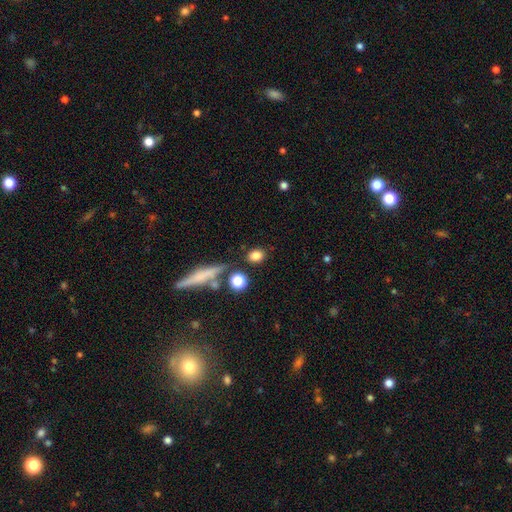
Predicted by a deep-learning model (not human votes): Q: Smooth or featured?
A: smooth (81%); runner-up: star or artifact (11%)
Q: How rounded?
A: in between (52%); runner-up: round (43%)
Q: Merging?
A: none (80%); runner-up: minor disturbance (10%)